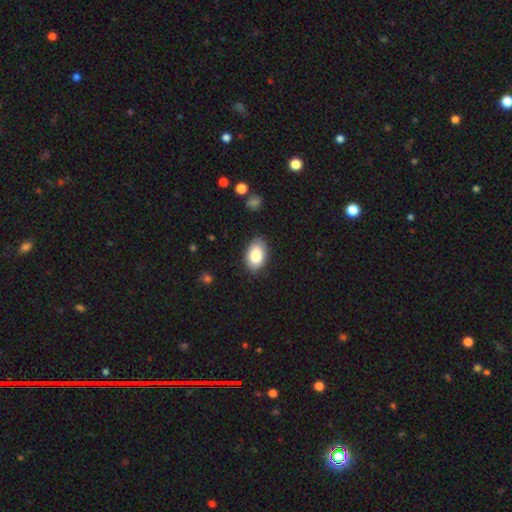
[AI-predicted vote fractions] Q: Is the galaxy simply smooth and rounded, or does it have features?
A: smooth — 84%.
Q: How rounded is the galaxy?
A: in between — 91%.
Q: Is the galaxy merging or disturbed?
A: none — 84%.